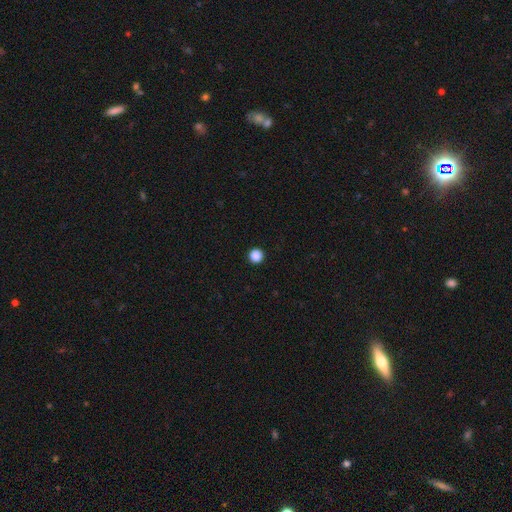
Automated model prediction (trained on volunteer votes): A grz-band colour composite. It shows a smooth galaxy with no disk features (88%) that is round (97%). Merging: none (94%).